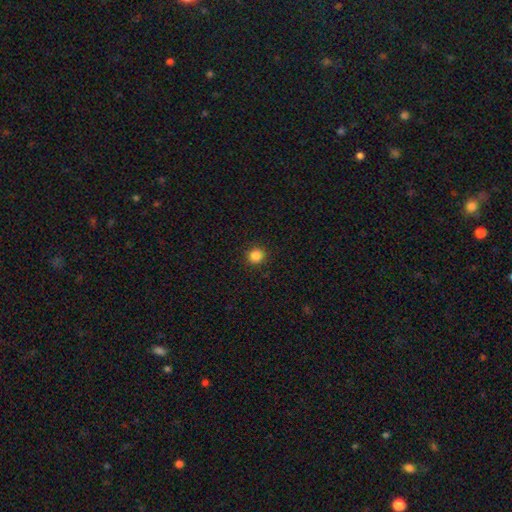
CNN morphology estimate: Smooth or featured? Predicted: smooth (p=0.86). How rounded? Predicted: round (p=0.92). Merging? Predicted: none (p=0.92).